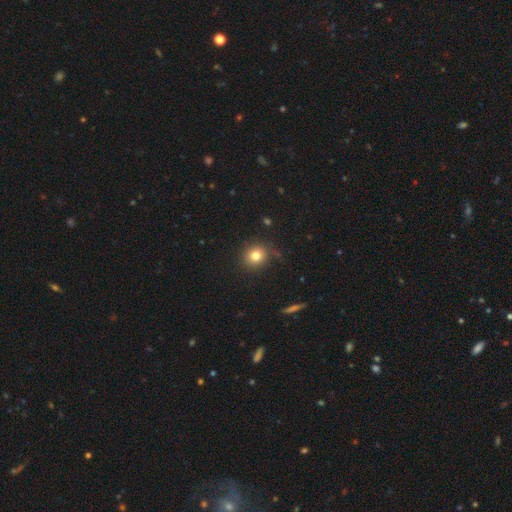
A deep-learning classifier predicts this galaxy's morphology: Overall: smooth (79%). How rounded: round (85%). Merging: none (84%).